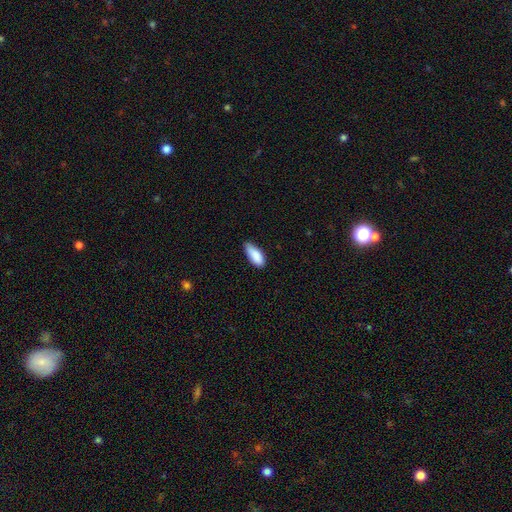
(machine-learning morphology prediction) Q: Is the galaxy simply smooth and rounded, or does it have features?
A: smooth — 88%.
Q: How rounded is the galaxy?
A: in between — 80%.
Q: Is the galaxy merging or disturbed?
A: none — 59%.